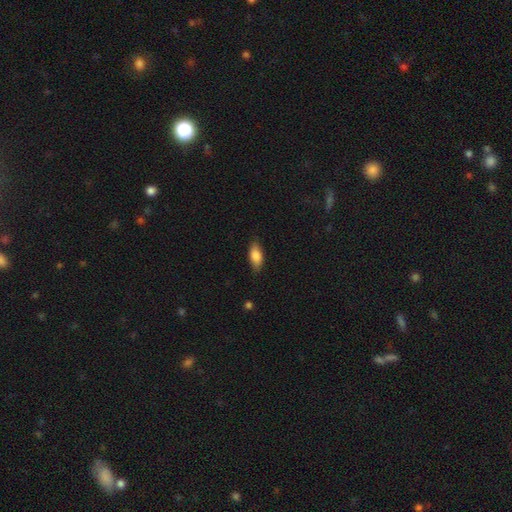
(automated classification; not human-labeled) Morphology: type=smooth (82%); roundness=in between (83%); merging=none (82%).